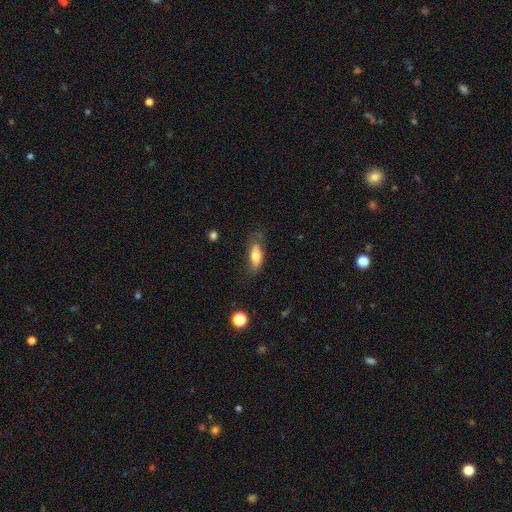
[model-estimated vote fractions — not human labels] This is likely a smooth galaxy (70%). How rounded: likely in between (73%). Merging: likely none (64%).